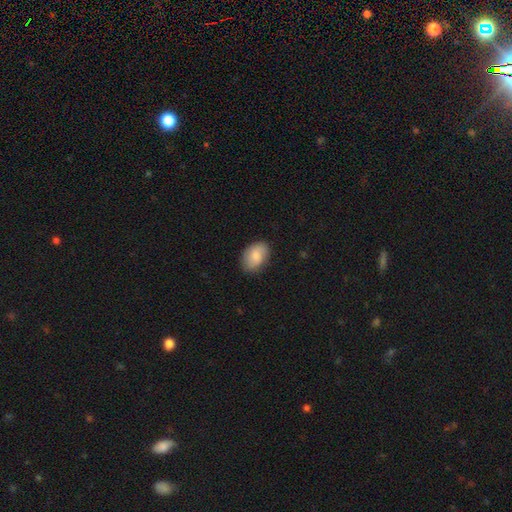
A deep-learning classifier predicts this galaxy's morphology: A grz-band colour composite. It shows a smooth galaxy with no disk features (77%) that is in between round and cigar-shaped (86%). Merging: none (82%).